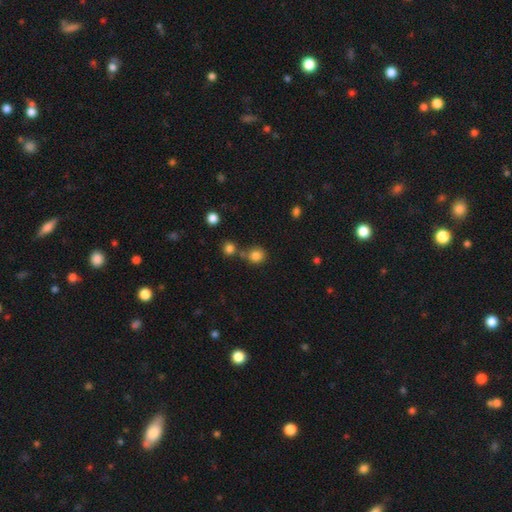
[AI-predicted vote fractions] smooth_or_featured: smooth (p=0.81) [alt: star or artifact p=0.13]
how_rounded: round (p=0.85) [alt: in between p=0.14]
merging: none (p=0.65) [alt: merger p=0.21]